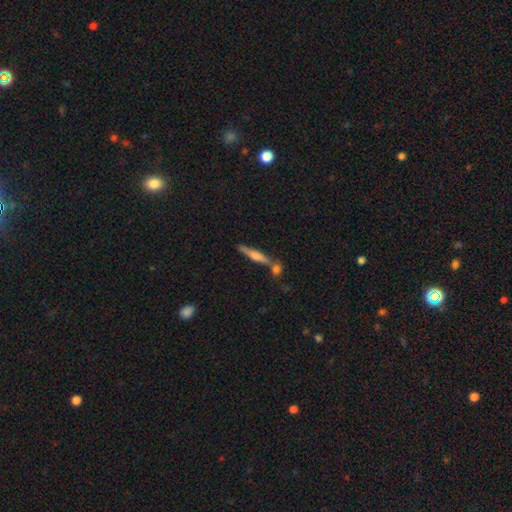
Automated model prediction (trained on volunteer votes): Smooth or featured?
  - featured or disk: 56% *
  - smooth: 35%
  - star or artifact: 9%
Edge-on disk?
  - yes: 96% *
  - no: 4%
Edge-on bulge?
  - rounded: 67% *
  - boxy: 20%
  - none: 14%
Merging?
  - none: 71% *
  - merger: 16%
  - minor disturbance: 10%
  - major disturbance: 3%